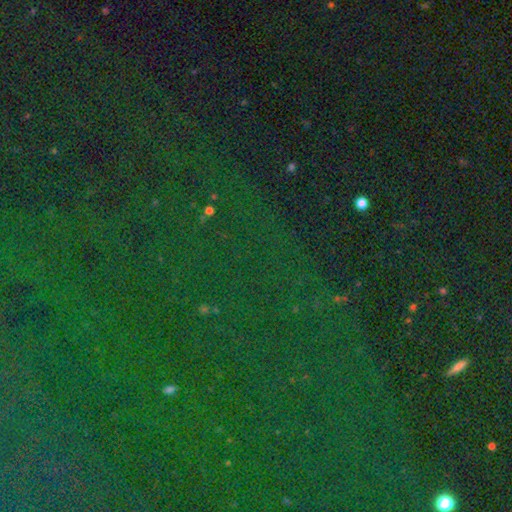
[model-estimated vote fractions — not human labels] smooth_or_featured: star or artifact (p=0.84) [alt: smooth p=0.09]